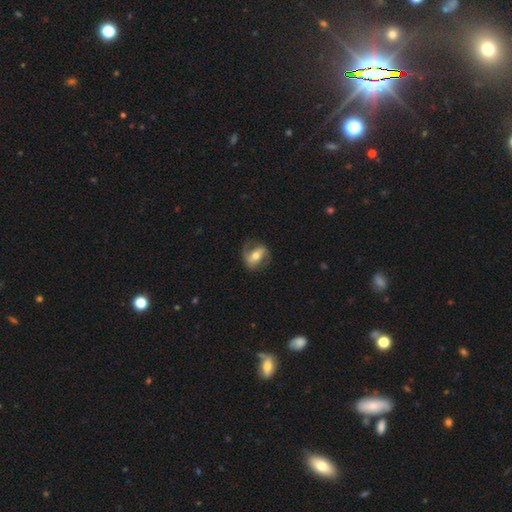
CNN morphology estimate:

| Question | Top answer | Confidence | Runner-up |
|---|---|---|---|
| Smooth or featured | featured or disk | 68% | smooth (26%) |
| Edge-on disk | no | 93% | yes (7%) |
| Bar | strong | 48% | weak (29%) |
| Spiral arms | yes | 80% | no (20%) |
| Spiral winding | medium | 41% | loose (38%) |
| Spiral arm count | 2 | 83% | can't tell (7%) |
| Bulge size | moderate | 65% | small (26%) |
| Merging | none | 71% | minor disturbance (18%) |